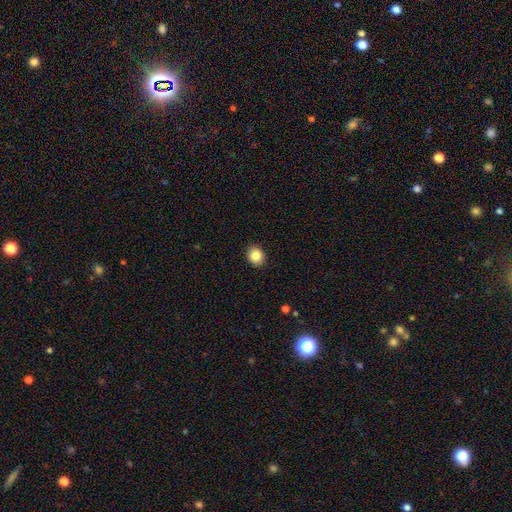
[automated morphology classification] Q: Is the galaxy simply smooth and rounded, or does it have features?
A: smooth — 85%.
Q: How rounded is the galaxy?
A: round — 63%.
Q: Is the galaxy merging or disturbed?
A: none — 90%.